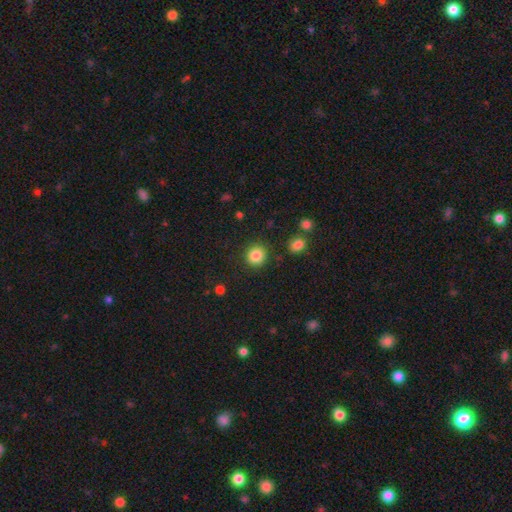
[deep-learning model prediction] smooth-or-featured: smooth: 86% | star or artifact: 10% | featured or disk: 4%
  how-rounded: round: 88% | in between: 11% | cigar-shaped: 1%
  merging: none: 88% | minor disturbance: 7% | major disturbance: 3% | merger: 2%